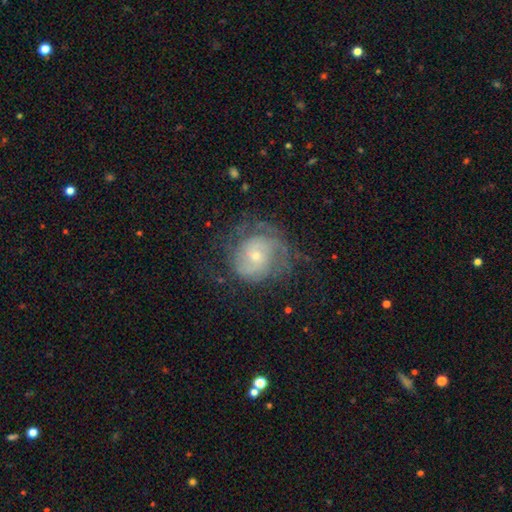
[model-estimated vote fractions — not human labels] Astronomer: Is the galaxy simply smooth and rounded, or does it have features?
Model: featured or disk — 72%.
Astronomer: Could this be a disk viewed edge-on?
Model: no — 97%.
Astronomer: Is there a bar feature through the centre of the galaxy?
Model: no — 71%.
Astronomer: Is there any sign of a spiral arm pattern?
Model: yes — 87%.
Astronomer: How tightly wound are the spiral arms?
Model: tight — 51% (runner-up: medium, 34%).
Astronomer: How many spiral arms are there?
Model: can't tell — 37%, tied with 2 at 37%.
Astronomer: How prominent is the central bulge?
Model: small — 63%.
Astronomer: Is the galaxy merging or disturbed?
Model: none — 60%.